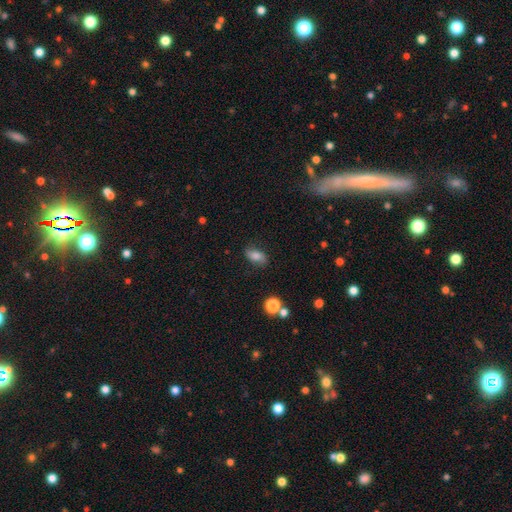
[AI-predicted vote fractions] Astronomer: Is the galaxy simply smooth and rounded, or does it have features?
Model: smooth — 72%.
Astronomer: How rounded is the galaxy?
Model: in between — 86%.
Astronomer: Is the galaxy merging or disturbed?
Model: none — 75%.